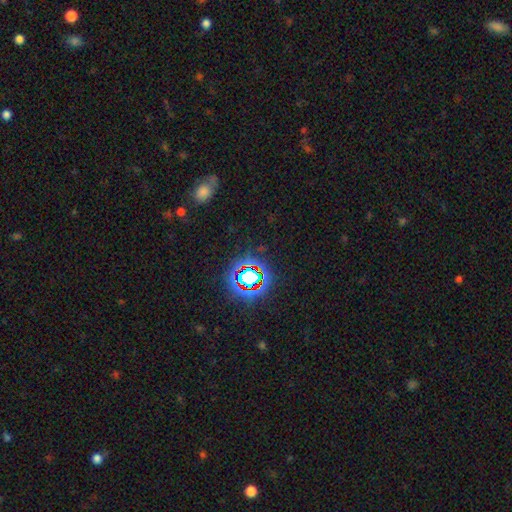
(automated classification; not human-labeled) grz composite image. It shows a star or artifact, not a galaxy (70%).